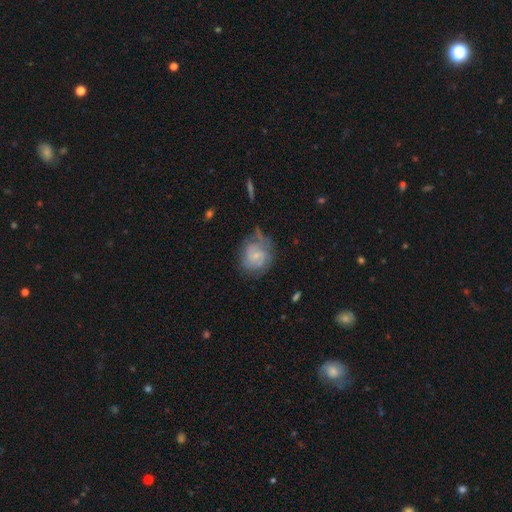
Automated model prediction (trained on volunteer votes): This is possibly a featured or disk galaxy (59%). It is clearly not viewed edge-on (98%). Bar: likely no (67%). Spiral arm pattern: likely yes (77%). Central bulge: likely small (70%). Merging: possibly none (48%).